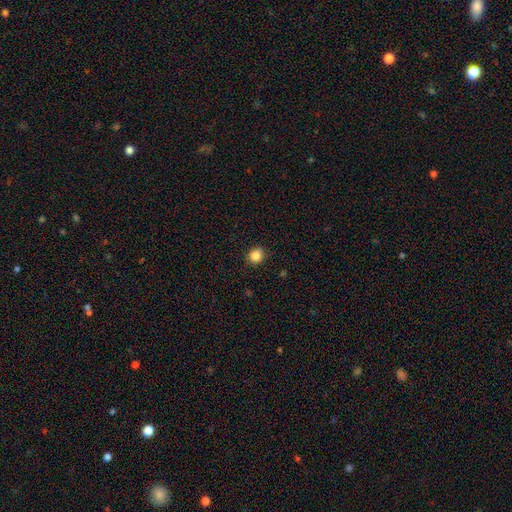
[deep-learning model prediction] Smooth or featured? Predicted: smooth (p=0.85). How rounded? Predicted: round (p=0.77). Merging? Predicted: none (p=0.89).